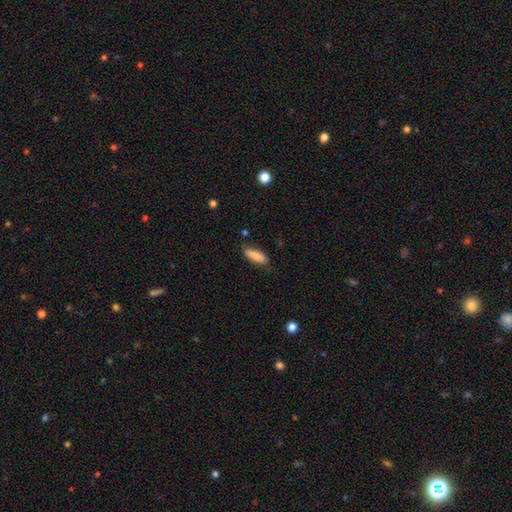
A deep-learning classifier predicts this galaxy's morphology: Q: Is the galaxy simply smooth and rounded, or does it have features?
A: smooth — 83%.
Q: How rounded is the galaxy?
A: in between — 61%.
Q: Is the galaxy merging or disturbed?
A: none — 75%.